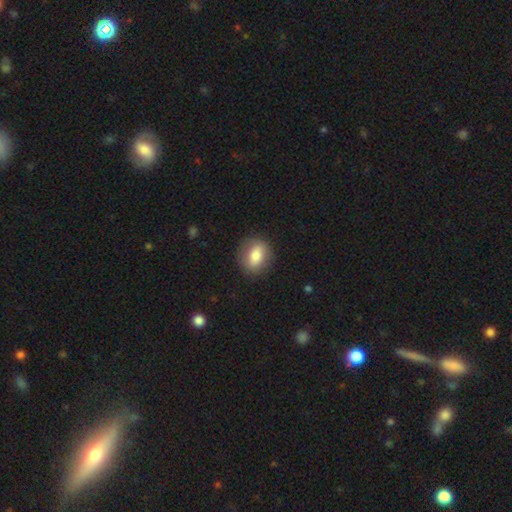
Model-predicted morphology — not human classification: Smooth or featured? smooth (75%)
How rounded? in between (49%, tied with round)
Merging? none (84%)